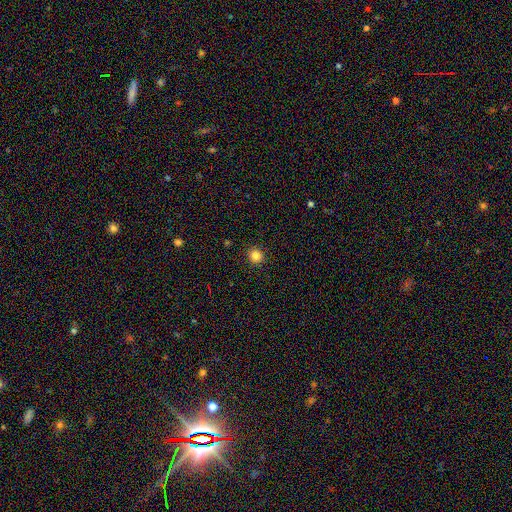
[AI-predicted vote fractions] A smooth galaxy with no disk features (84%) that is round (93%).

Vote fractions:
- Smooth or featured? smooth: 84% / star or artifact: 12% / featured or disk: 4%
- How rounded? round: 93% / in between: 6% / cigar-shaped: 1%
- Merging? none: 92% / minor disturbance: 5% / major disturbance: 2% / merger: 1%